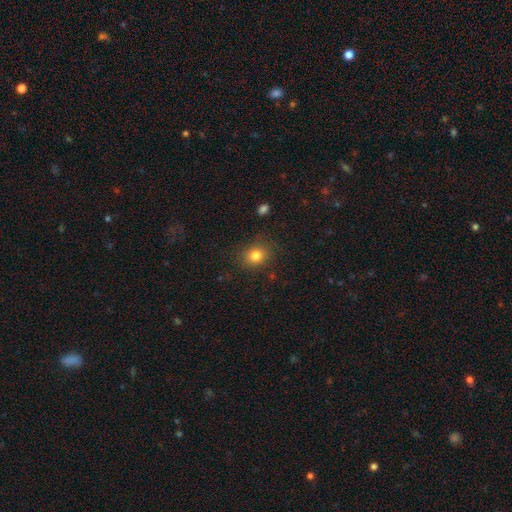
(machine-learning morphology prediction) Smooth or featured: smooth — 81% (star or artifact — 12%)
How rounded: round — 64% (in between — 35%)
Merging: none — 82% (minor disturbance — 12%)